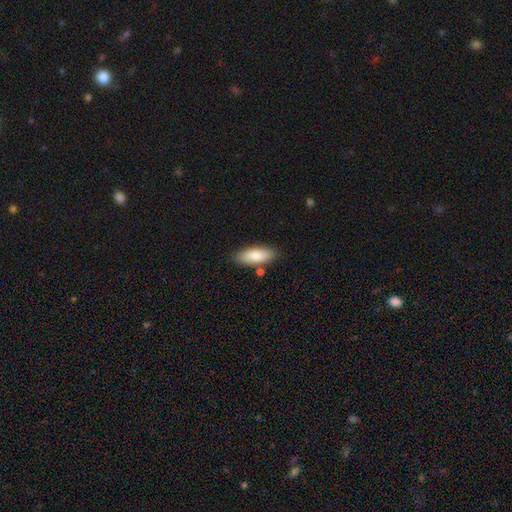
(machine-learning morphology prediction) Smooth or featured: smooth — 82% (featured or disk — 12%)
How rounded: in between — 77% (cigar-shaped — 21%)
Merging: none — 82% (minor disturbance — 12%)